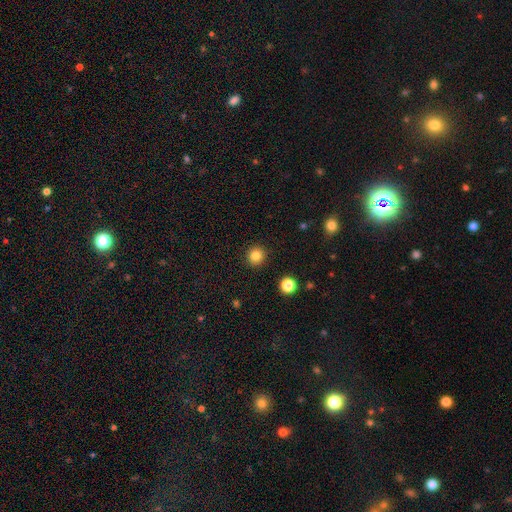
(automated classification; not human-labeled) This is clearly a smooth galaxy (85%). How rounded: clearly round (91%). Merging: clearly none (92%).